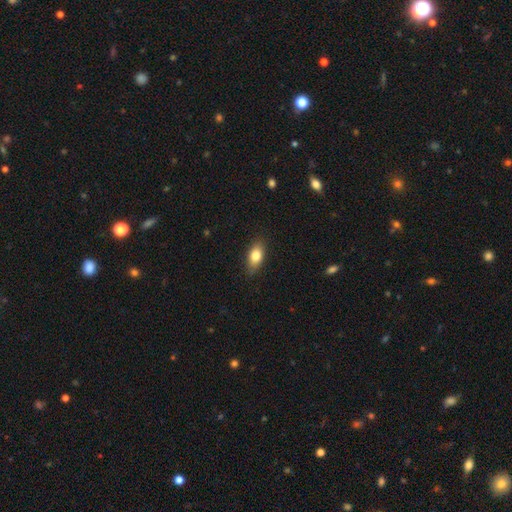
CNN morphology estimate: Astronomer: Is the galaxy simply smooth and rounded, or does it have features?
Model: smooth — 80%.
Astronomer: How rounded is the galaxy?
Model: in between — 85%.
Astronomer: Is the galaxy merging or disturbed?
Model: none — 84%.